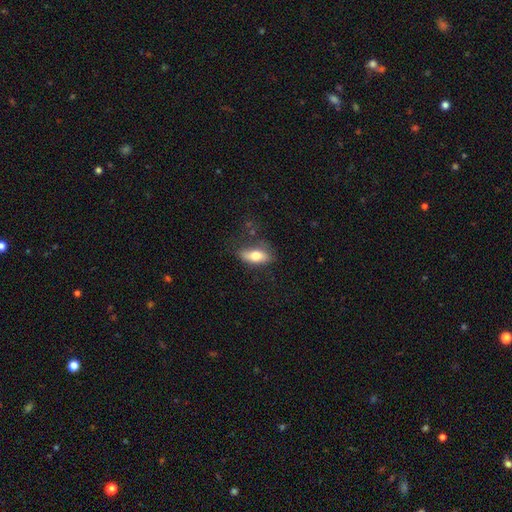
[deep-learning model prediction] The model was most divided on "merging": none: 65%, minor disturbance: 23%, major disturbance: 9%, merger: 3%. More confident: how rounded — in between (79%); smooth or featured — smooth (71%).